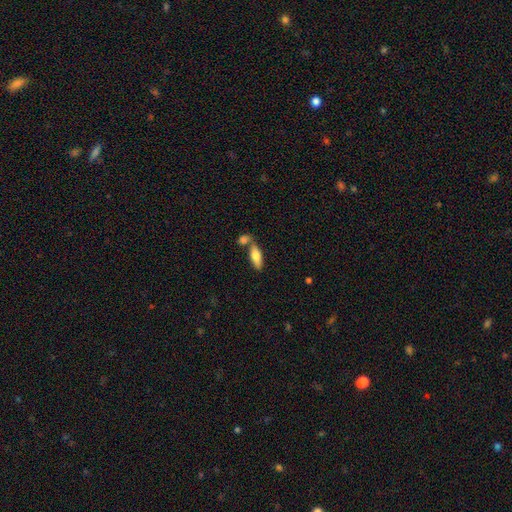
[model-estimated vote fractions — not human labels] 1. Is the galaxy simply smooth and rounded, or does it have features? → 74% smooth, 20% featured or disk, 6% star or artifact.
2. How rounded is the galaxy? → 69% in between, 29% cigar-shaped, 3% round.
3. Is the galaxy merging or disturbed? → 54% none, 31% merger, 11% minor disturbance, 4% major disturbance.